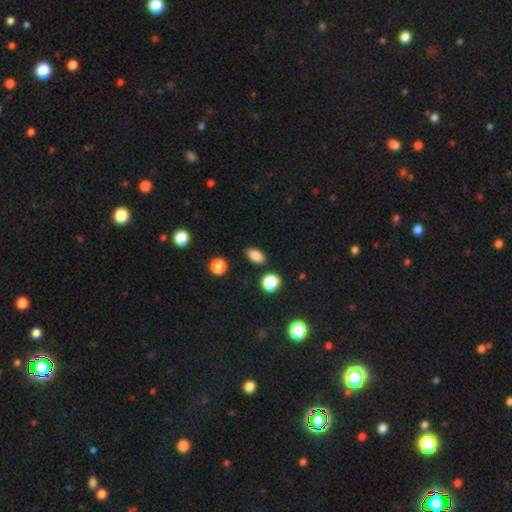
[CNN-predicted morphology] Q: Smooth or featured?
A: smooth (84%); runner-up: star or artifact (11%)
Q: How rounded?
A: in between (86%); runner-up: round (10%)
Q: Merging?
A: none (84%); runner-up: minor disturbance (11%)